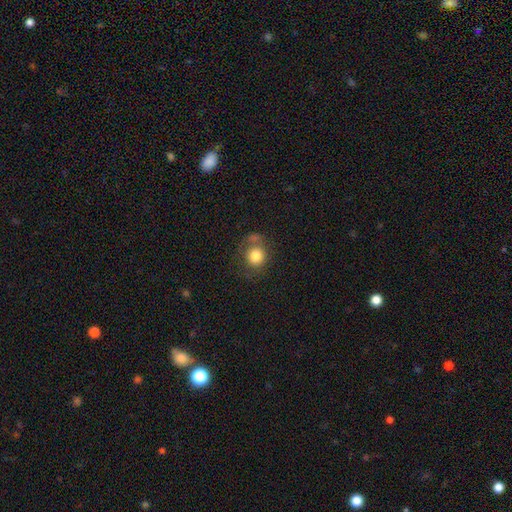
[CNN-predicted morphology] This is clearly a smooth galaxy (80%). How rounded: clearly round (83%). Merging: possibly none (59%).